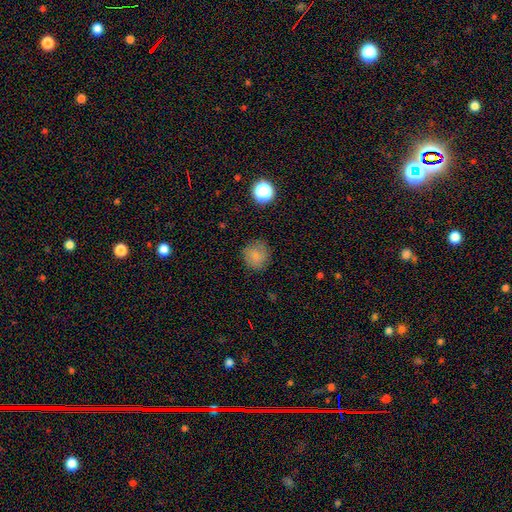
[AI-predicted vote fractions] A smooth galaxy with no disk features (80%) that is round (85%). Merging: none (79%).